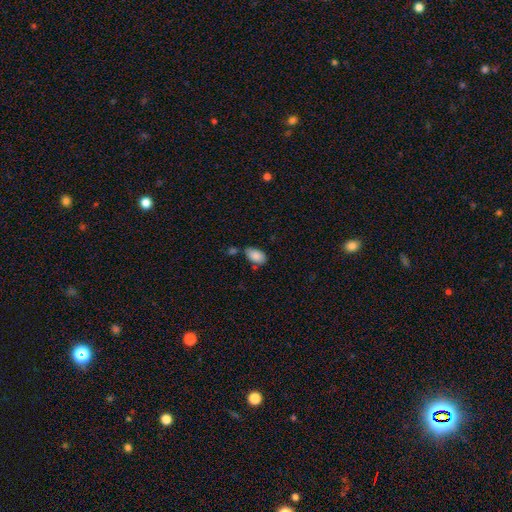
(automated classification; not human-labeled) Q: Smooth or featured?
A: smooth (87%); runner-up: star or artifact (7%)
Q: How rounded?
A: in between (92%); runner-up: round (6%)
Q: Merging?
A: none (58%); runner-up: minor disturbance (23%)